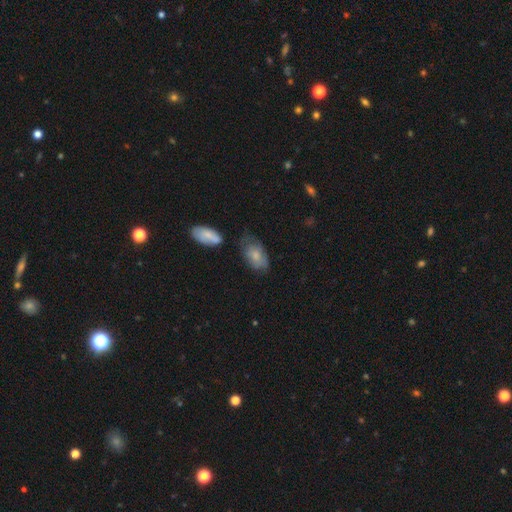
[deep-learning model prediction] smooth 70%, featured or disk 23%, star or artifact 7%. Down the decision tree: how rounded — in between (91%); merging — none (47%).